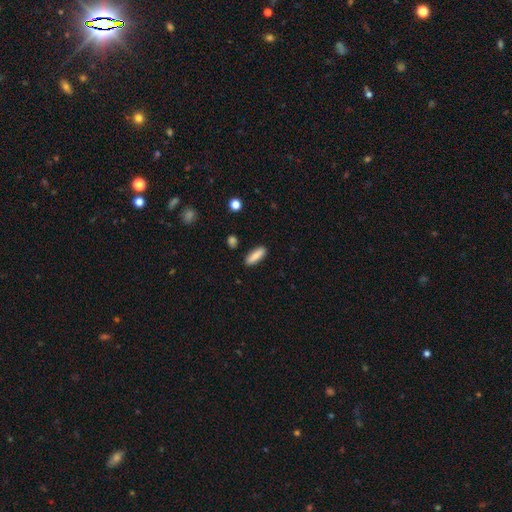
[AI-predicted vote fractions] smooth_or_featured: smooth (p=0.84) [alt: featured or disk p=0.10]
how_rounded: in between (p=0.56) [alt: cigar-shaped p=0.42]
merging: none (p=0.87) [alt: minor disturbance p=0.09]